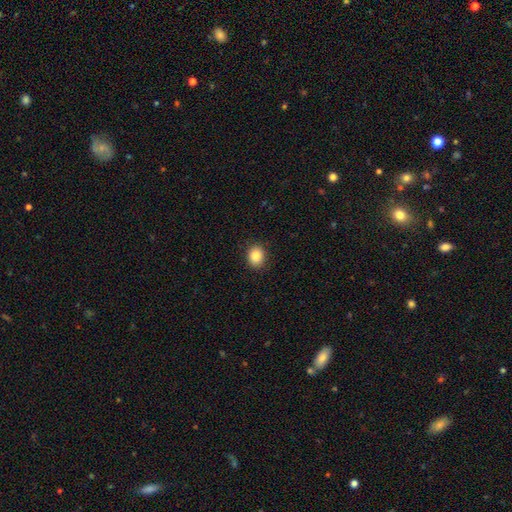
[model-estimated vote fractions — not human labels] A smooth galaxy with no disk features (87%) that is round (60%).

Vote fractions:
- Smooth or featured? smooth: 87% / star or artifact: 9% / featured or disk: 4%
- How rounded? round: 60% / in between: 40% / cigar-shaped: 1%
- Merging? none: 89% / minor disturbance: 8% / major disturbance: 2% / merger: 1%